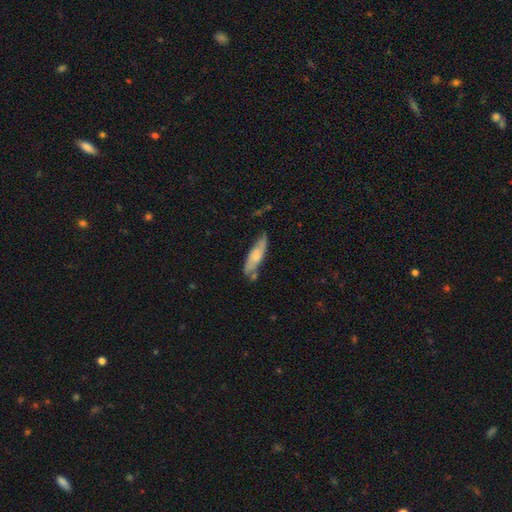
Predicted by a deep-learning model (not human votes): Smooth or featured?
  - smooth: 60% *
  - featured or disk: 35%
  - star or artifact: 6%
How rounded?
  - cigar-shaped: 62% *
  - in between: 36%
  - round: 2%
Merging?
  - none: 62% *
  - minor disturbance: 25%
  - merger: 8%
  - major disturbance: 5%